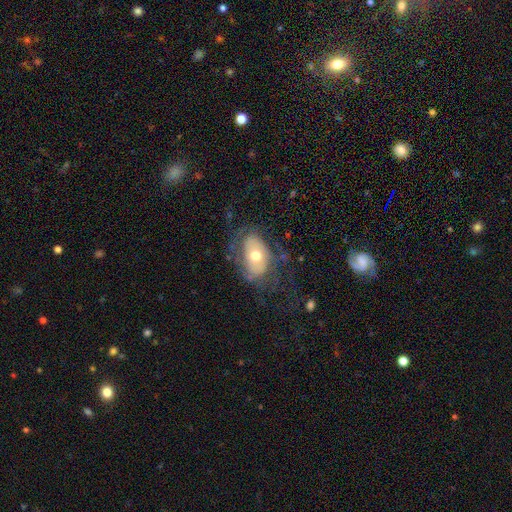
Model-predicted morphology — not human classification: Overall: featured or disk (47%; smooth 45%). Merging: none (53%; minor disturbance 23%).